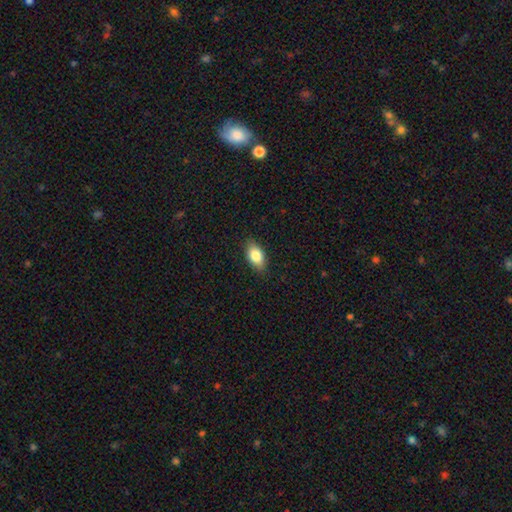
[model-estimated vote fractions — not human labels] This appears to be a smooth galaxy with no disk features (82%) that is in between round and cigar-shaped (89%). Merging: none (87%).